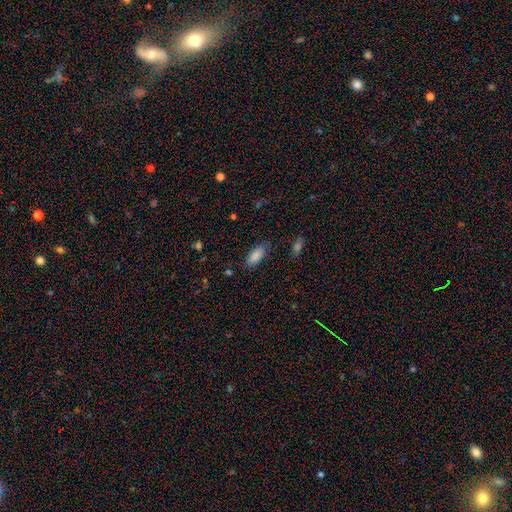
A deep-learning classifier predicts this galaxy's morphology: smooth_or_featured: smooth (p=0.88) [alt: star or artifact p=0.07]
how_rounded: in between (p=0.88) [alt: cigar-shaped p=0.10]
merging: none (p=0.81) [alt: minor disturbance p=0.14]